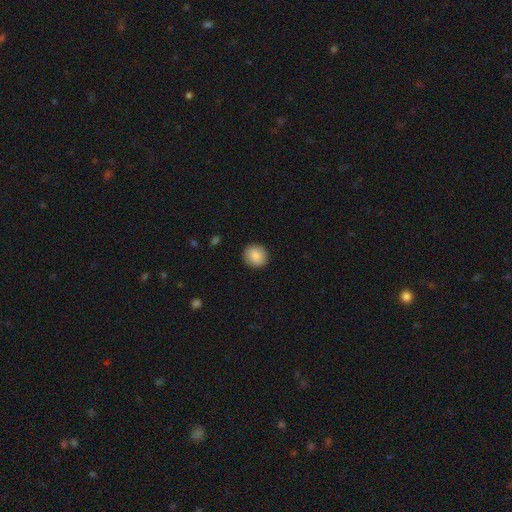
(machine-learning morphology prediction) A smooth galaxy with no disk features (87%) that is round (85%).

Vote fractions:
- Smooth or featured? smooth: 87% / star or artifact: 7% / featured or disk: 6%
- How rounded? round: 85% / in between: 14% / cigar-shaped: 1%
- Merging? none: 88% / minor disturbance: 9% / major disturbance: 2% / merger: 1%